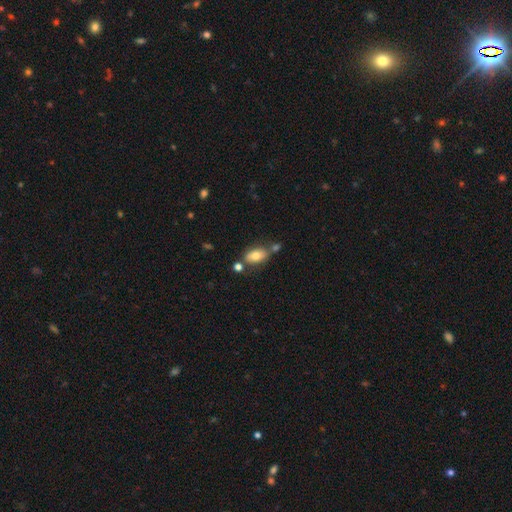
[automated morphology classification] This appears to be a smooth galaxy with no disk features (77%) that is in between round and cigar-shaped (90%). Merging: none (60%).